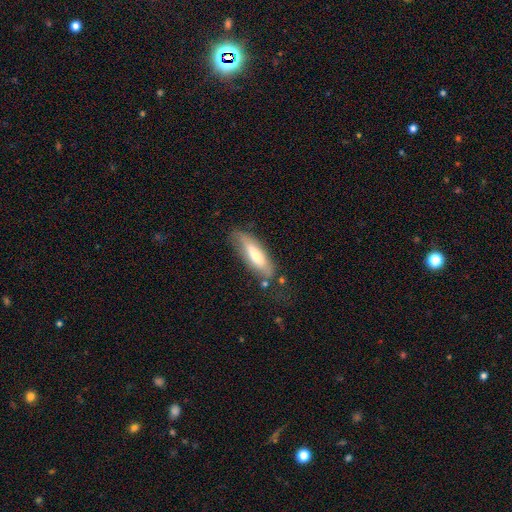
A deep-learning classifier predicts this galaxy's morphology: Smooth or featured?
  - smooth: 62% *
  - featured or disk: 31%
  - star or artifact: 7%
How rounded?
  - cigar-shaped: 51% *
  - in between: 47%
  - round: 2%
Merging?
  - none: 64% *
  - minor disturbance: 24%
  - major disturbance: 8%
  - merger: 4%